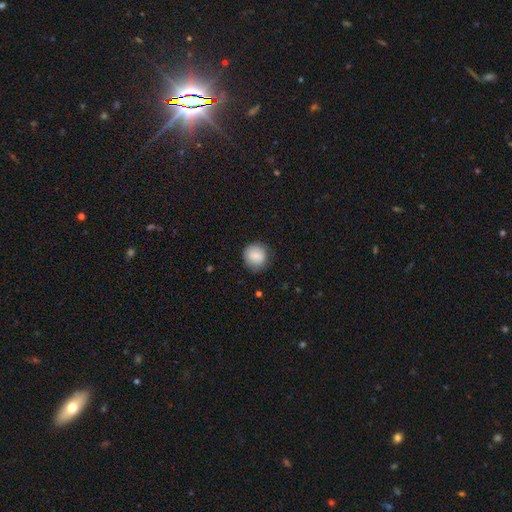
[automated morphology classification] This is clearly a smooth galaxy (81%). How rounded: clearly round (89%). Merging: likely none (80%).